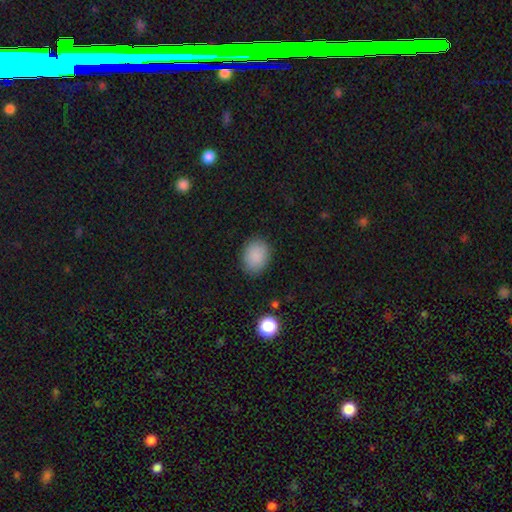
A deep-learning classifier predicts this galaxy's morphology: smooth_or_featured: smooth (p=0.87) [alt: star or artifact p=0.08]
how_rounded: in between (p=0.60) [alt: round p=0.39]
merging: none (p=0.86) [alt: minor disturbance p=0.10]